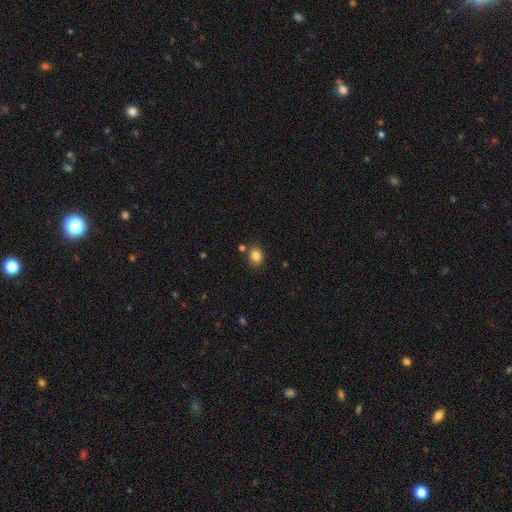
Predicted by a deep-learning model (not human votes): smooth-or-featured: smooth: 84% | star or artifact: 11% | featured or disk: 6%
  how-rounded: round: 56% | in between: 43% | cigar-shaped: 1%
  merging: none: 79% | minor disturbance: 11% | merger: 7% | major disturbance: 3%